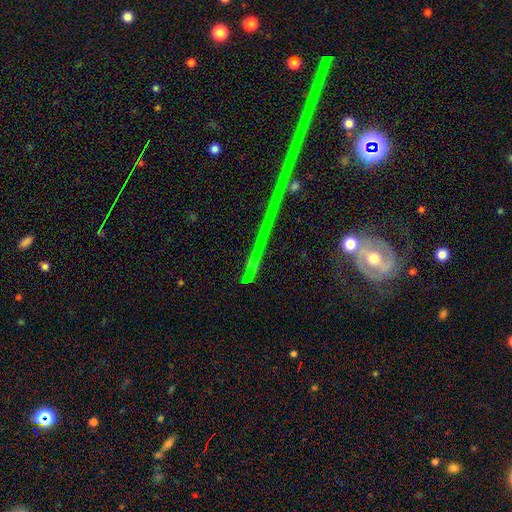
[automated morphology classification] Q: Smooth or featured?
A: featured or disk (51%); runner-up: star or artifact (32%)
Q: Edge-on disk?
A: yes (58%); runner-up: no (42%)
Q: Merging?
A: none (74%); runner-up: minor disturbance (12%)